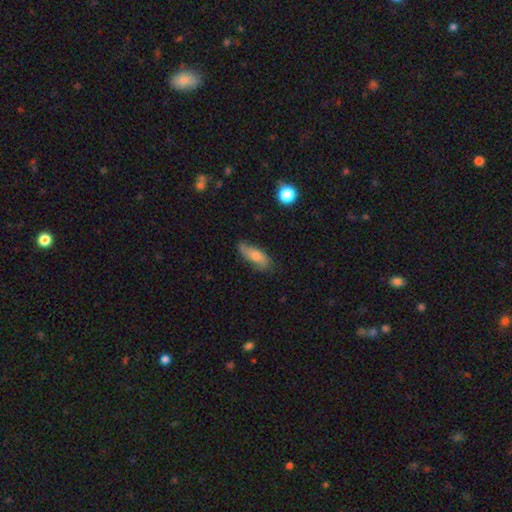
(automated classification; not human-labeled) smooth-or-featured: smooth: 68% | featured or disk: 25% | star or artifact: 7%
  how-rounded: in between: 67% | cigar-shaped: 31% | round: 3%
  merging: none: 66% | minor disturbance: 26% | major disturbance: 6% | merger: 2%